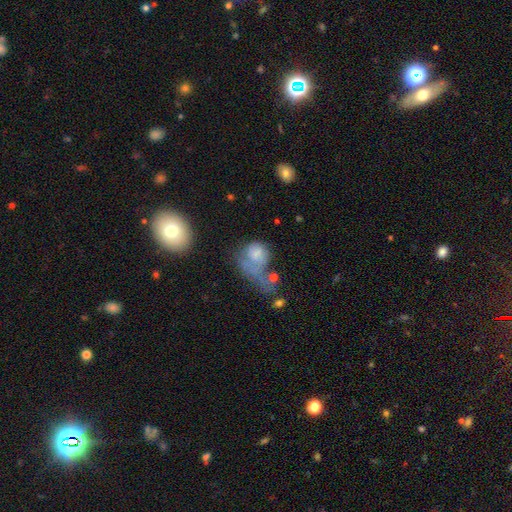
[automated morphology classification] A smooth galaxy with no disk features (54%) that is round (55%).

Vote fractions:
- Smooth or featured? smooth: 54% / featured or disk: 34% / star or artifact: 12%
- How rounded? round: 55% / in between: 44% / cigar-shaped: 2%
- Merging? major disturbance: 42% / merger: 25% / none: 18% / minor disturbance: 15%